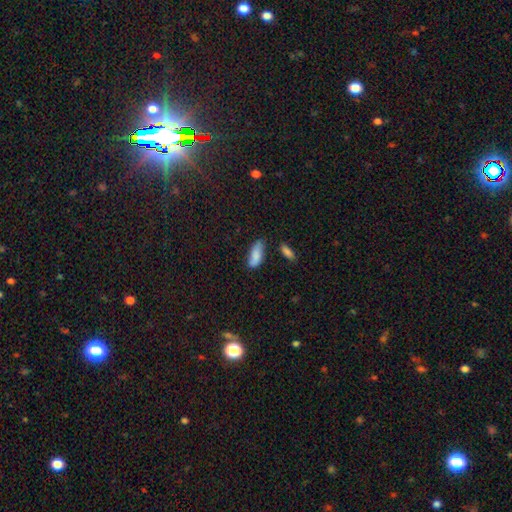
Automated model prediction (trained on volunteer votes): Q: Smooth or featured?
A: smooth (83%); runner-up: featured or disk (10%)
Q: How rounded?
A: in between (82%); runner-up: cigar-shaped (16%)
Q: Merging?
A: none (63%); runner-up: minor disturbance (26%)